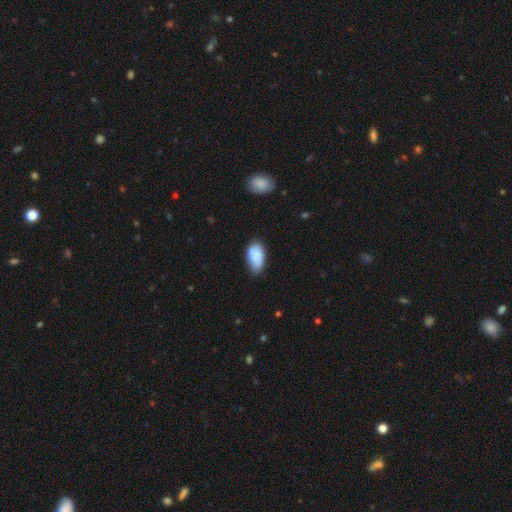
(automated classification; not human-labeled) Smooth or featured? smooth (85%)
How rounded? in between (94%)
Merging? none (53%)